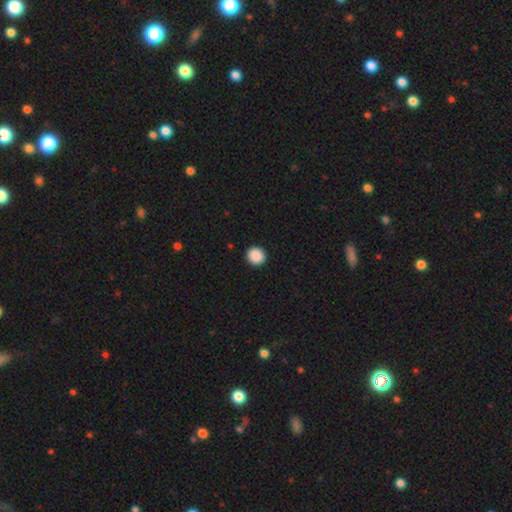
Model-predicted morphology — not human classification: smooth-or-featured: smooth: 89% | star or artifact: 8% | featured or disk: 2%
  how-rounded: round: 90% | in between: 9% | cigar-shaped: 1%
  merging: none: 93% | minor disturbance: 4% | major disturbance: 2% | merger: 1%